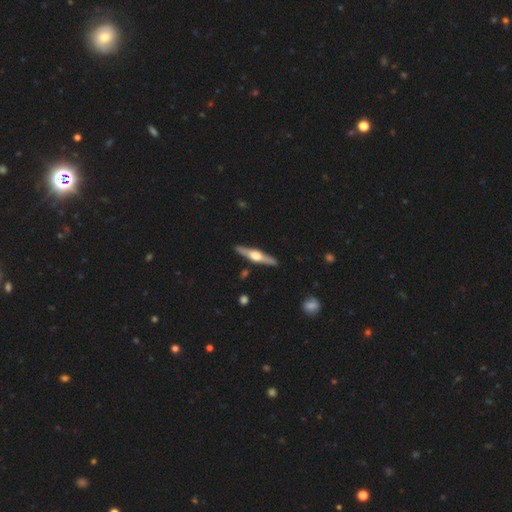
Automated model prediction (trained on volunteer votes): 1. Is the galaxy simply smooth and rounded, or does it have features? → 73% featured or disk, 23% smooth, 5% star or artifact.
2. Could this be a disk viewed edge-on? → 97% yes, 3% no.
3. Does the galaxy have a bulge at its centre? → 93% rounded, 5% boxy, 2% none.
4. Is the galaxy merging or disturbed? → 90% none, 7% minor disturbance, 1% major disturbance, 1% merger.